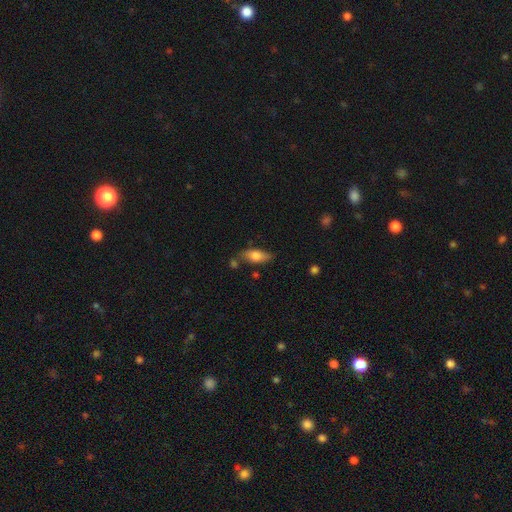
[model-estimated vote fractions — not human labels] Q: Smooth or featured?
A: smooth (68%); runner-up: featured or disk (25%)
Q: How rounded?
A: in between (75%); runner-up: cigar-shaped (21%)
Q: Merging?
A: none (69%); runner-up: minor disturbance (20%)